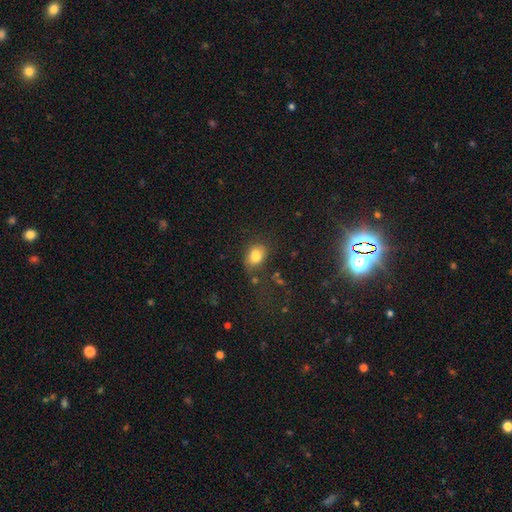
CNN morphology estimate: Overall: smooth (81%). How rounded: in between (75%). Merging: none (66%).